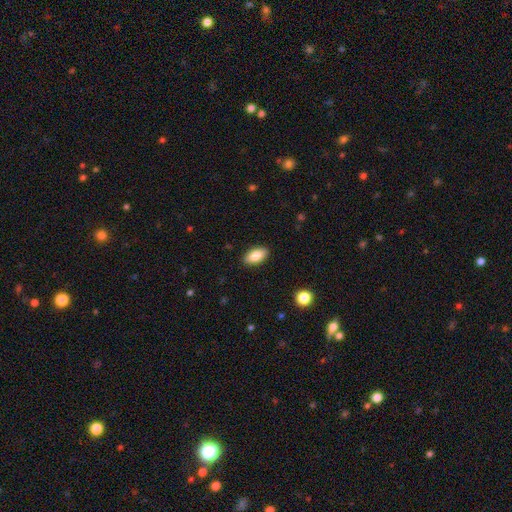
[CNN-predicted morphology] Smooth or featured? Predicted: smooth (p=0.84). How rounded? Predicted: in between (p=0.92). Merging? Predicted: none (p=0.89).